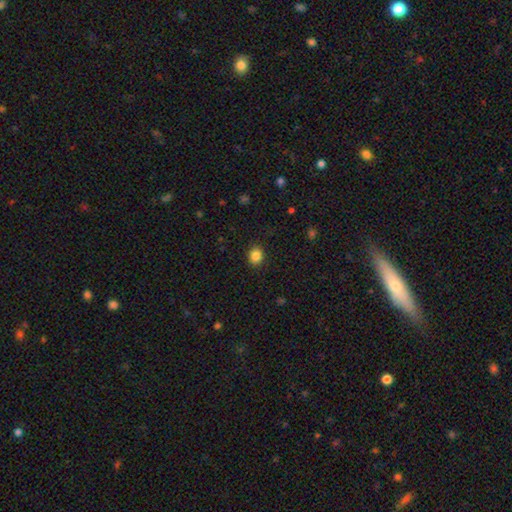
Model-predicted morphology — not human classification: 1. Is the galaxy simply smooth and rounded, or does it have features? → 85% smooth, 10% star or artifact, 5% featured or disk.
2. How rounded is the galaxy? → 60% round, 39% in between, 1% cigar-shaped.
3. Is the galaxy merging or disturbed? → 89% none, 8% minor disturbance, 2% major disturbance, 1% merger.